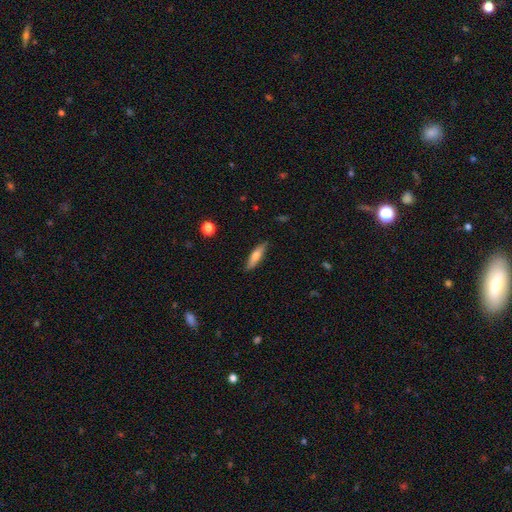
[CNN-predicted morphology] A smooth galaxy with no disk features (69%) that is cigar-shaped (67%).

Vote fractions:
- Smooth or featured? smooth: 69% / featured or disk: 25% / star or artifact: 6%
- How rounded? cigar-shaped: 67% / in between: 31% / round: 2%
- Merging? none: 86% / minor disturbance: 11% / major disturbance: 2% / merger: 1%